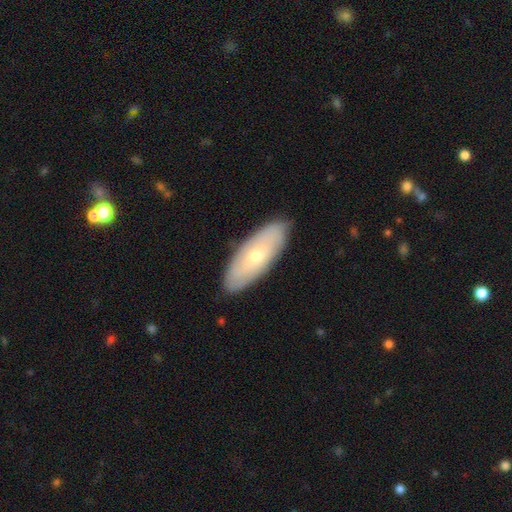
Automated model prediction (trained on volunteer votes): Smooth or featured: smooth — 56% (featured or disk — 39%)
How rounded: in between — 74% (cigar-shaped — 24%)
Merging: none — 86% (minor disturbance — 11%)